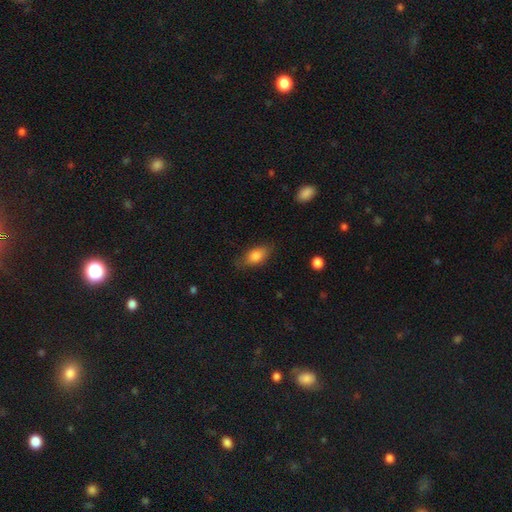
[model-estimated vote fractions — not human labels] The model was most divided on "merging": none: 76%, minor disturbance: 18%, major disturbance: 5%, merger: 1%. More confident: how rounded — in between (84%); smooth or featured — smooth (79%).